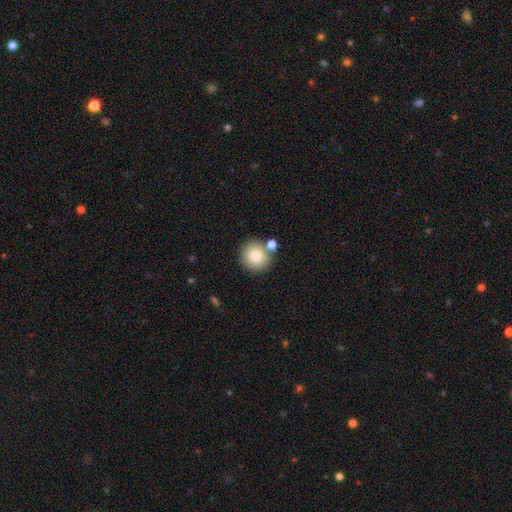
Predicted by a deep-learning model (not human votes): Smooth or featured? smooth (81%)
How rounded? round (93%)
Merging? none (75%)